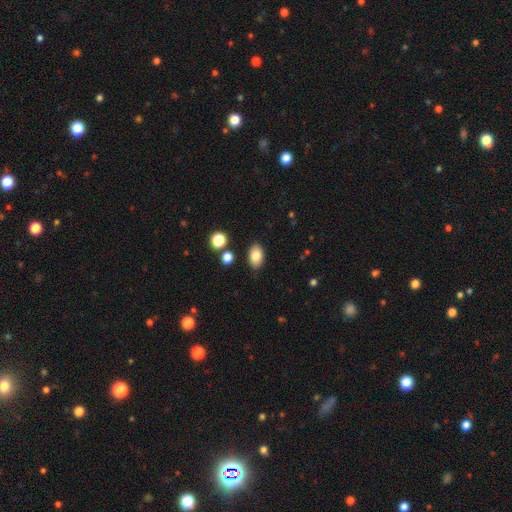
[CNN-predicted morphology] The model was most divided on "merging": none: 84%, minor disturbance: 10%, merger: 3%, major disturbance: 3%. More confident: how rounded — in between (88%); smooth or featured — smooth (84%).